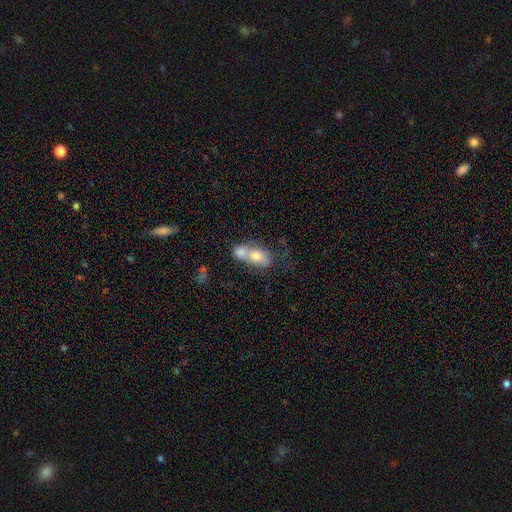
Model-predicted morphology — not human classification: type=smooth (64%); roundness=in between (62%); merging=merger (71%).